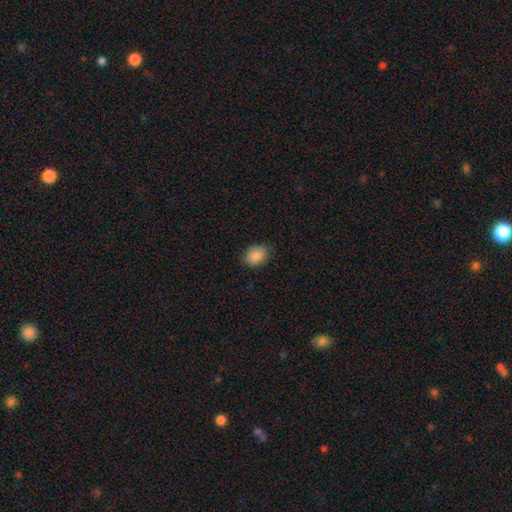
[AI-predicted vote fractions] Overall: smooth (88%). How rounded: in between (62%; round 37%). Merging: none (83%).